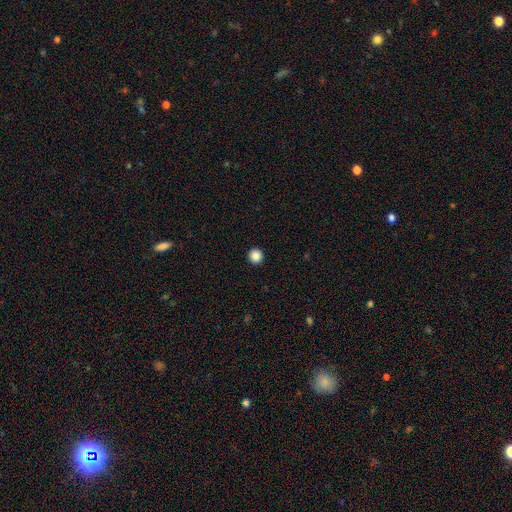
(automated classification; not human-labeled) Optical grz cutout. It shows a smooth galaxy with no disk features (87%) that is round (96%). Merging: none (94%).